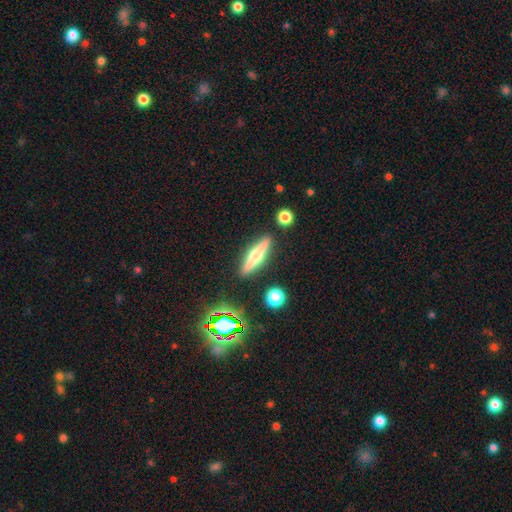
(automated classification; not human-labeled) Smooth or featured? featured or disk (60%)
Edge-on disk? yes (96%)
Edge-on bulge? rounded (91%)
Merging? none (88%)